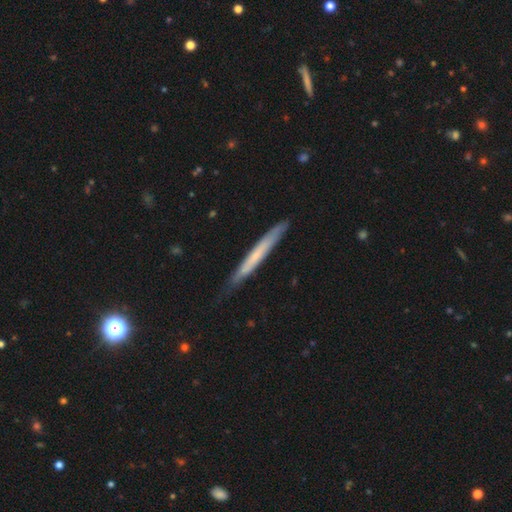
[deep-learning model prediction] The model was most divided on "smooth or featured": smooth: 53%, featured or disk: 42%, star or artifact: 6%. More confident: how rounded — cigar-shaped (97%); merging — none (79%).